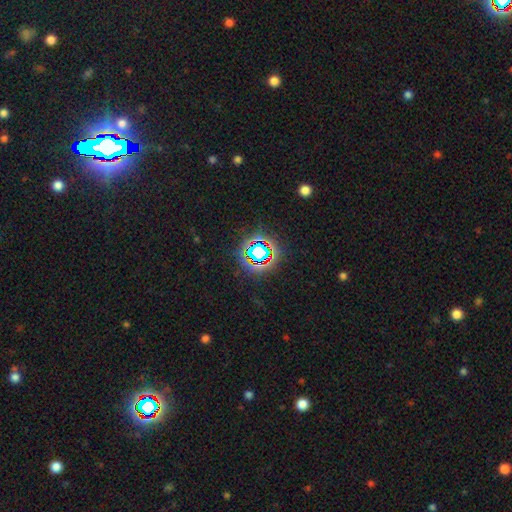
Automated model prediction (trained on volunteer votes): smooth-or-featured: star or artifact: 82% | smooth: 11% | featured or disk: 8%